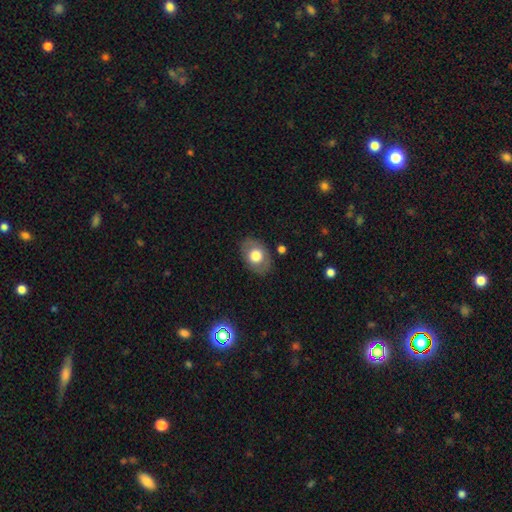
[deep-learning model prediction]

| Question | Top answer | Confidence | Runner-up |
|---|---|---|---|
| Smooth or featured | smooth | 67% | featured or disk (26%) |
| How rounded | in between | 73% | round (26%) |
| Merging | none | 83% | minor disturbance (12%) |